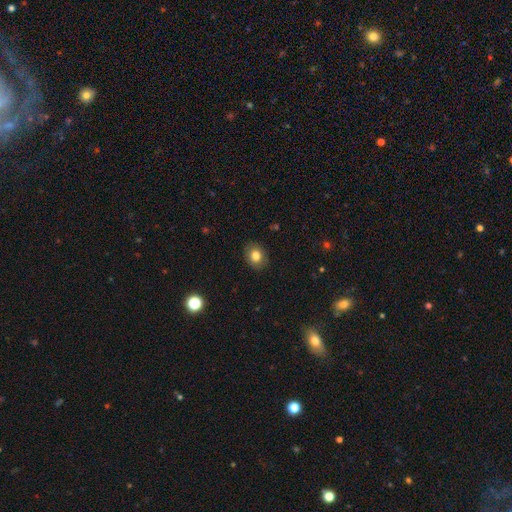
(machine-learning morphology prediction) A smooth galaxy with no disk features (81%) that is round (53%).

Vote fractions:
- Smooth or featured? smooth: 81% / star or artifact: 10% / featured or disk: 9%
- How rounded? round: 53% / in between: 46% / cigar-shaped: 1%
- Merging? none: 88% / minor disturbance: 9% / major disturbance: 2% / merger: 1%